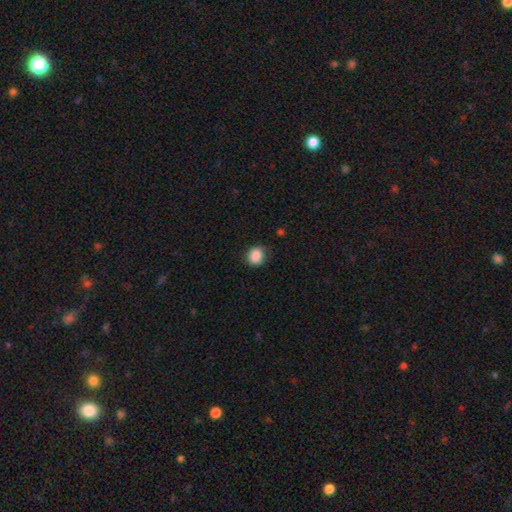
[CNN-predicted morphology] Overall: smooth (88%). How rounded: round (72%). Merging: none (74%).